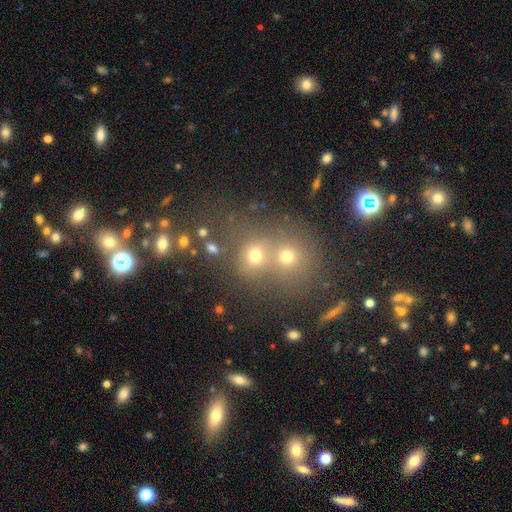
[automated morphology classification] Smooth or featured: smooth — 61% (star or artifact — 24%)
How rounded: round — 78% (in between — 21%)
Merging: merger — 48% (none — 41%)